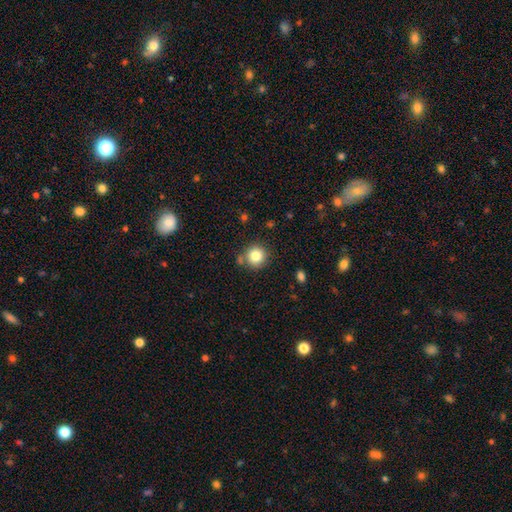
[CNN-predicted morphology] This appears to be a smooth galaxy with no disk features (82%) that is round (93%). Merging: none (78%).